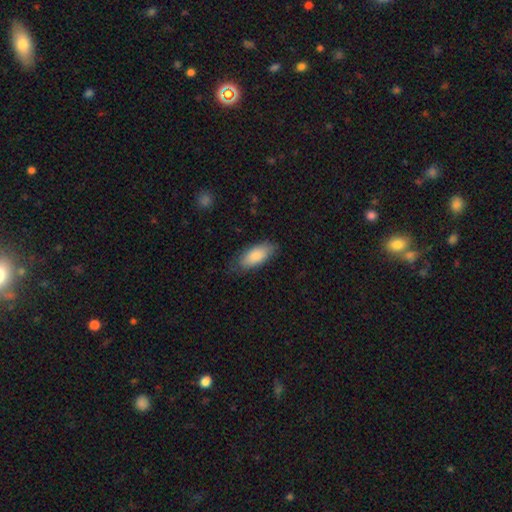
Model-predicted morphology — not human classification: smooth_or_featured: smooth (p=0.83) [alt: featured or disk p=0.12]
how_rounded: in between (p=0.86) [alt: cigar-shaped p=0.12]
merging: none (p=0.75) [alt: minor disturbance p=0.19]